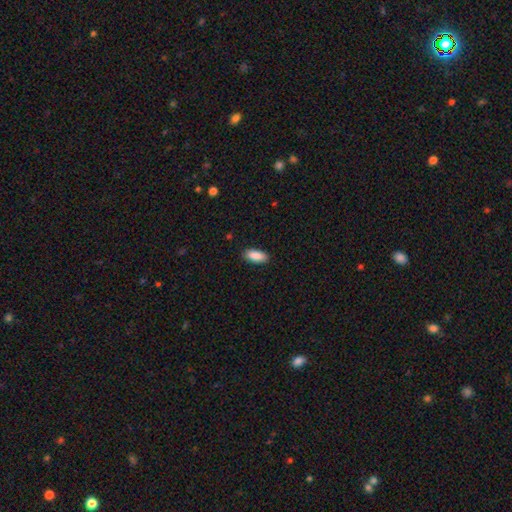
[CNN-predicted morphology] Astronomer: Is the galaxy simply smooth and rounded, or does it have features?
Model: smooth — 90%.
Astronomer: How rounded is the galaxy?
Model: in between — 88%.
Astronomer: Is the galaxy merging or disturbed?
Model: none — 89%.